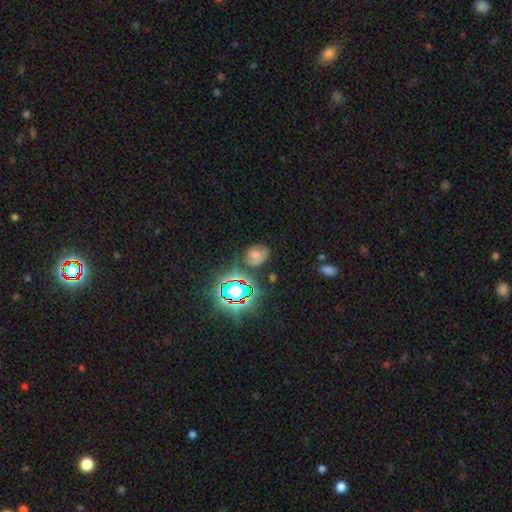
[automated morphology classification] The model was most divided on "smooth or featured": star or artifact: 43%, smooth: 42%, featured or disk: 15%.